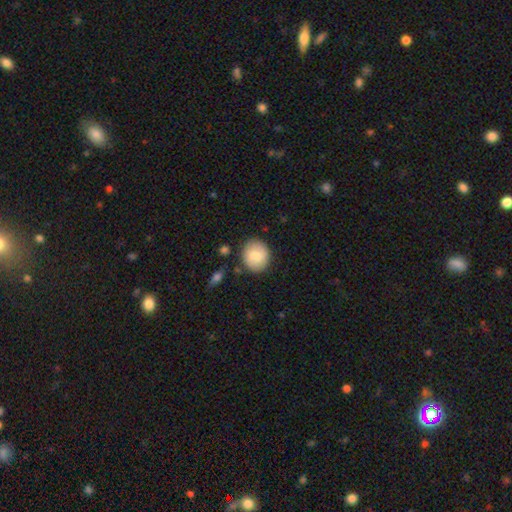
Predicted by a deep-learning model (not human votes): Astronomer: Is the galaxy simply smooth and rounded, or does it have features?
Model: smooth — 79%.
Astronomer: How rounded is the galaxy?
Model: round — 80%.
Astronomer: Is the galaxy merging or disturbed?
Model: none — 85%.